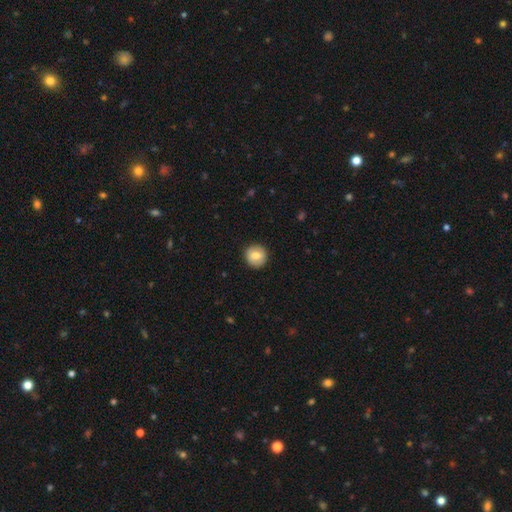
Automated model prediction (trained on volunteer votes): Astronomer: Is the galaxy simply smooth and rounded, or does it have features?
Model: smooth — 75%.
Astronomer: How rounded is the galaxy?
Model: round — 93%.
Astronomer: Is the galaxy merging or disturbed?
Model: none — 91%.